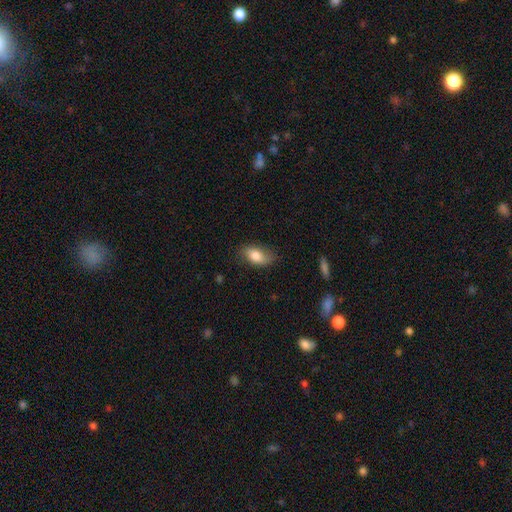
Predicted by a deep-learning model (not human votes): A smooth galaxy with no disk features (78%) that is in between round and cigar-shaped (90%).

Vote fractions:
- Smooth or featured? smooth: 78% / featured or disk: 15% / star or artifact: 7%
- How rounded? in between: 90% / round: 6% / cigar-shaped: 4%
- Merging? none: 72% / minor disturbance: 22% / major disturbance: 5% / merger: 1%